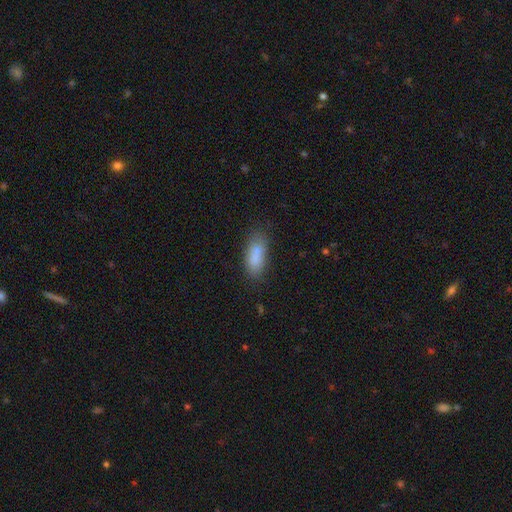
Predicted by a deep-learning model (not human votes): Q: Smooth or featured?
A: smooth (78%); runner-up: featured or disk (13%)
Q: How rounded?
A: in between (75%); runner-up: cigar-shaped (22%)
Q: Merging?
A: none (60%); runner-up: minor disturbance (21%)